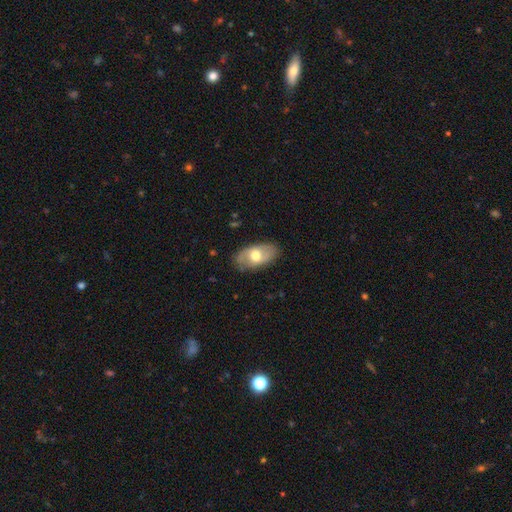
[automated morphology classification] A smooth galaxy with no disk features (52%) that is in between round and cigar-shaped (92%). Merging: none (80%).